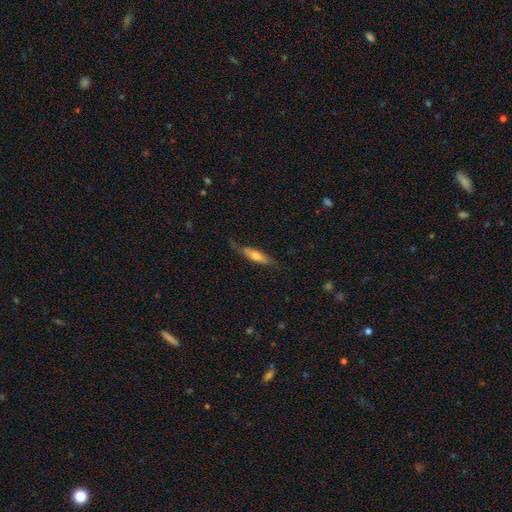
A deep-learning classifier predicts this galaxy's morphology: Smooth or featured? smooth (57%)
How rounded? cigar-shaped (70%)
Merging? none (68%)